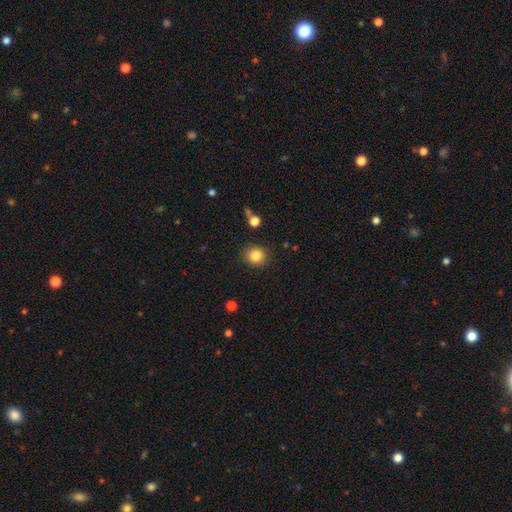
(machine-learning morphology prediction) Smooth or featured?
  - smooth: 84% *
  - star or artifact: 10%
  - featured or disk: 6%
How rounded?
  - round: 87% *
  - in between: 12%
  - cigar-shaped: 1%
Merging?
  - none: 88% *
  - minor disturbance: 7%
  - major disturbance: 2%
  - merger: 2%